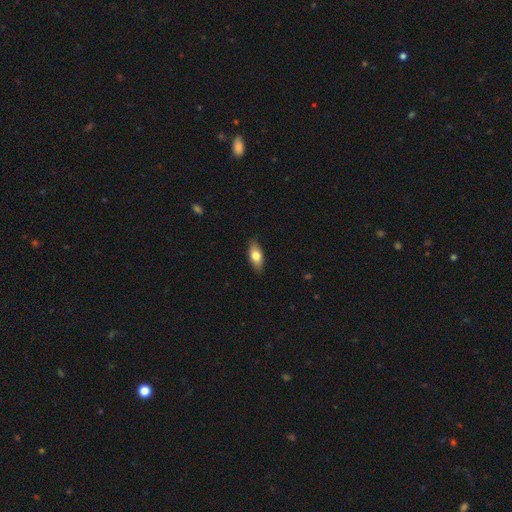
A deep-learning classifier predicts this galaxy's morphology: Smooth or featured? smooth (76%)
How rounded? in between (83%)
Merging? none (87%)